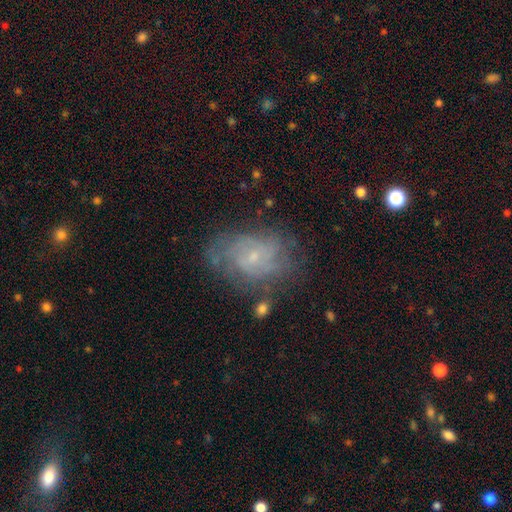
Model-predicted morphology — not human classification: A featured or disk galaxy (69%) with no bar (63%), tight (52%) spiral arms (80%) and a small central bulge (77%). Merging: none (65%).